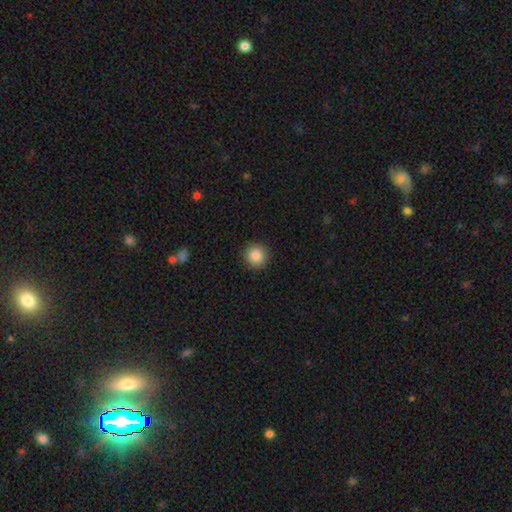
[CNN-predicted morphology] This is clearly a smooth galaxy (87%). How rounded: clearly round (94%). Merging: clearly none (92%).